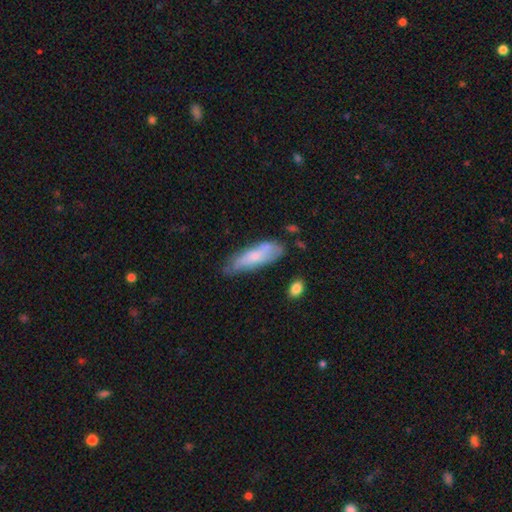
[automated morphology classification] smooth-or-featured: smooth: 63% | featured or disk: 31% | star or artifact: 6%
  how-rounded: cigar-shaped: 50% | in between: 48% | round: 2%
  merging: none: 52% | minor disturbance: 33% | major disturbance: 10% | merger: 5%